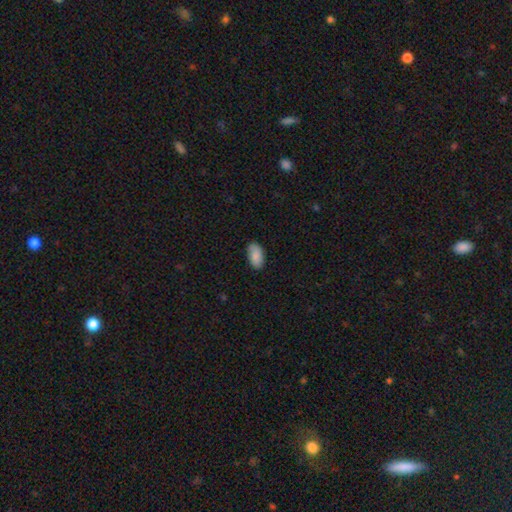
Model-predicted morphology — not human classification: Smooth or featured? smooth (88%)
How rounded? in between (95%)
Merging? none (85%)